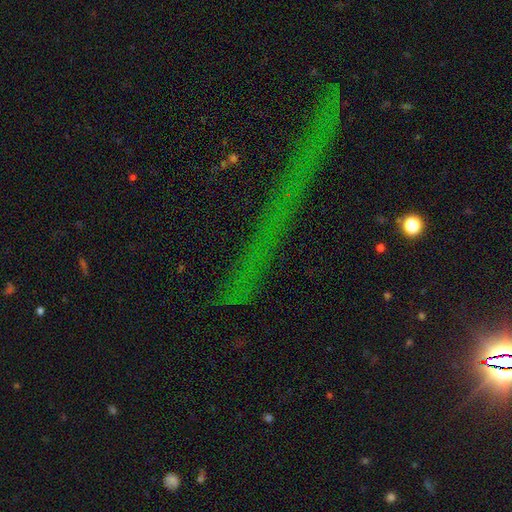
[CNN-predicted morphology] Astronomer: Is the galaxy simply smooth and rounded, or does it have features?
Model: star or artifact — 80%.